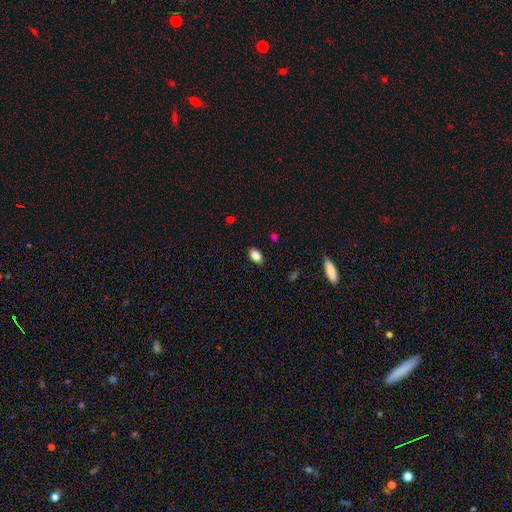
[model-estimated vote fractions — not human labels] smooth 85%, star or artifact 9%, featured or disk 6%. Down the decision tree: how rounded — in between (89%); merging — none (88%).